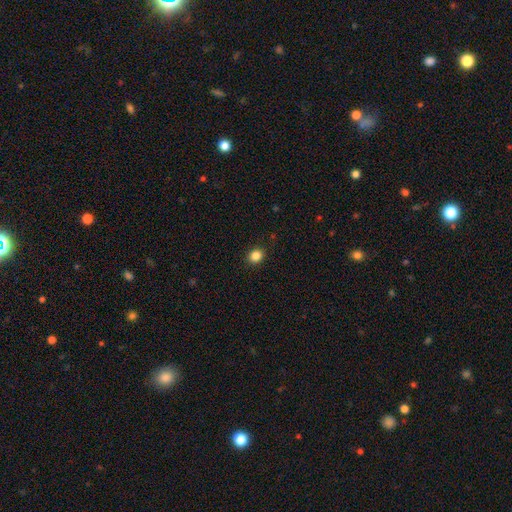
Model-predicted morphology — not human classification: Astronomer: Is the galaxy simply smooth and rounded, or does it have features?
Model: smooth — 86%.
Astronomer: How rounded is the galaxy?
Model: round — 69%.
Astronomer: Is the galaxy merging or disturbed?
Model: none — 91%.